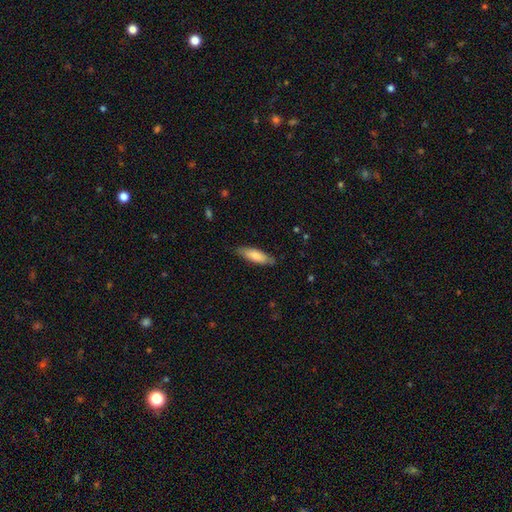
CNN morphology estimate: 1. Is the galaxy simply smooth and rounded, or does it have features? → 81% smooth, 14% featured or disk, 5% star or artifact.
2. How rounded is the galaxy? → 51% cigar-shaped, 47% in between, 1% round.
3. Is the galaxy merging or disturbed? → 81% none, 15% minor disturbance, 3% major disturbance, 1% merger.